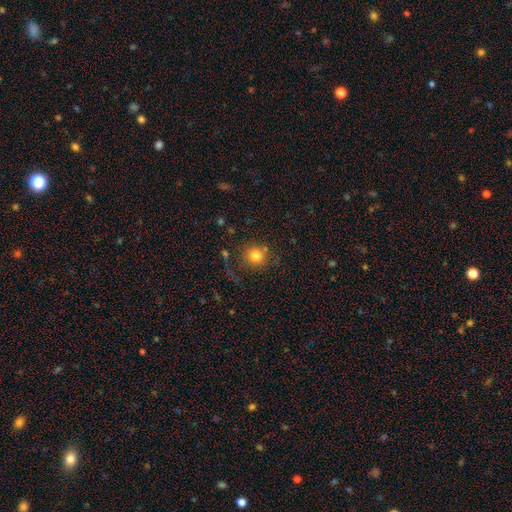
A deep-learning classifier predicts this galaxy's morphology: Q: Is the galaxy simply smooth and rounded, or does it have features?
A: smooth — 80%.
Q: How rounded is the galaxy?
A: round — 89%.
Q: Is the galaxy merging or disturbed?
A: none — 74%.